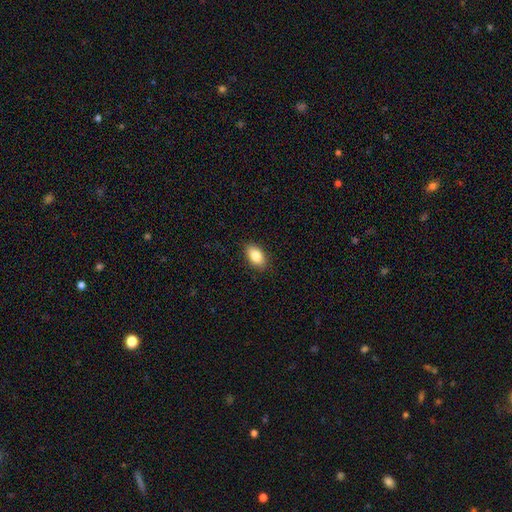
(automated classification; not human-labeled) Smooth or featured: smooth — 84% (featured or disk — 8%)
How rounded: in between — 90% (round — 7%)
Merging: none — 87% (minor disturbance — 10%)